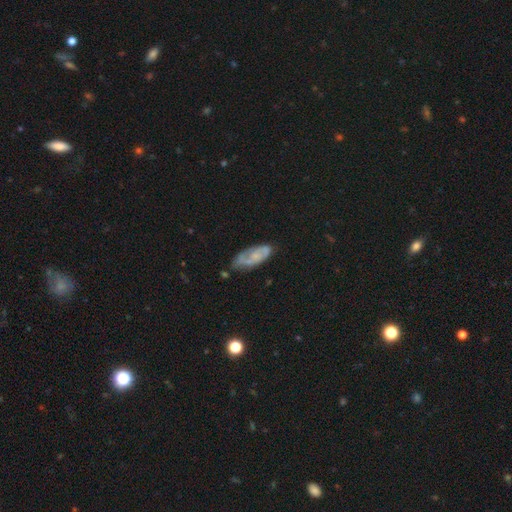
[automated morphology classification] The model was most divided on "bulge size": small: 47%, moderate: 24%, none: 24%, large: 3%, dominant: 1%. More confident: edge-on disk — no (88%); bar — no (73%); spiral arms — yes (66%); merging — none (61%); smooth or featured — featured or disk (58%).